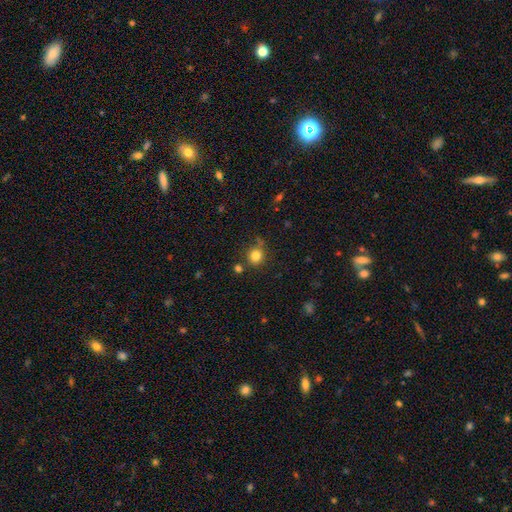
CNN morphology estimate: This is clearly a smooth galaxy (82%). How rounded: clearly round (88%). Merging: likely none (75%).